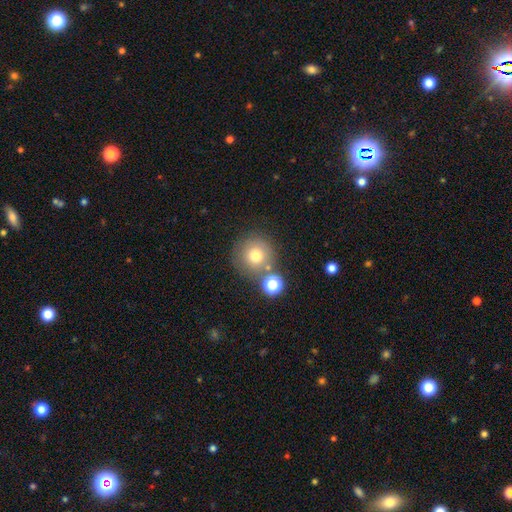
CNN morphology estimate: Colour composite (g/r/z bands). It shows a smooth galaxy with no disk features (74%) that is round (94%). Merging: none (72%).